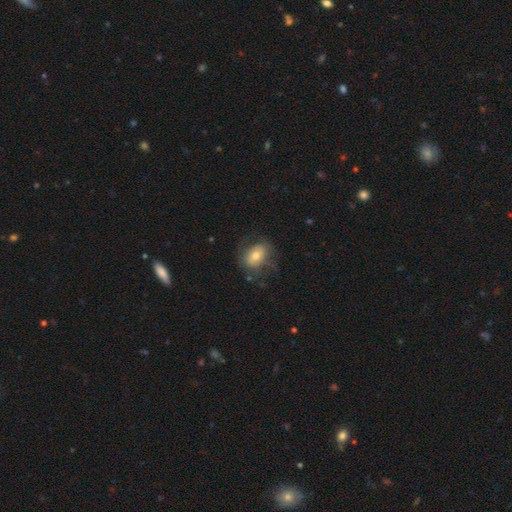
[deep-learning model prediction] Morphology: type=smooth (59%); roundness=in between (69%); merging=none (59%).